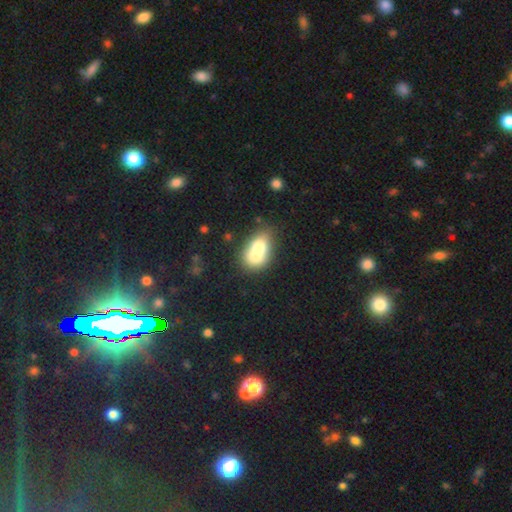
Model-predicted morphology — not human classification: smooth 67%, featured or disk 25%, star or artifact 8%. Down the decision tree: how rounded — in between (60%); merging — merger (71%).